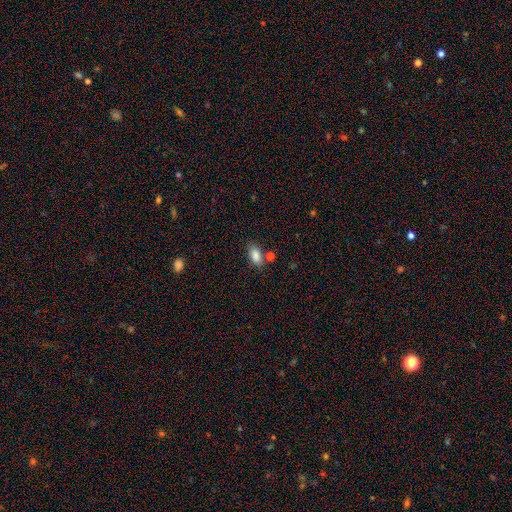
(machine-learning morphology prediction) Q: Smooth or featured?
A: smooth (86%); runner-up: star or artifact (9%)
Q: How rounded?
A: in between (89%); runner-up: round (6%)
Q: Merging?
A: none (71%); runner-up: minor disturbance (14%)